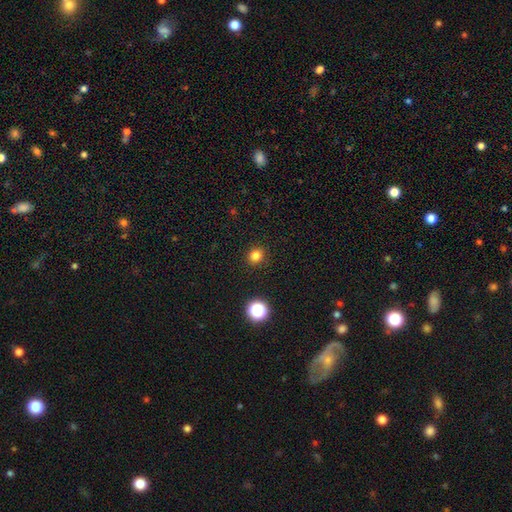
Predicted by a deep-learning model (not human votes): Smooth or featured? Predicted: smooth (p=0.81). How rounded? Predicted: round (p=0.87). Merging? Predicted: none (p=0.91).